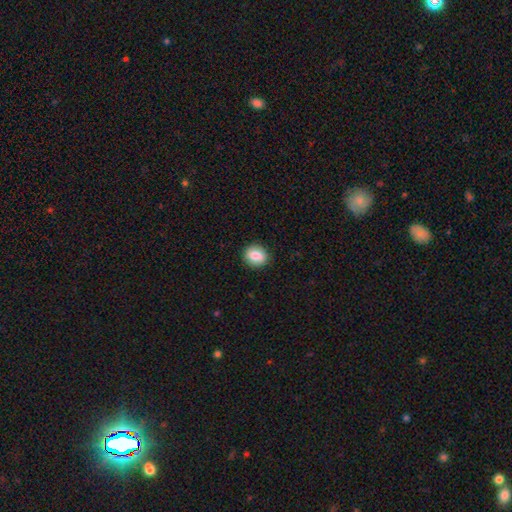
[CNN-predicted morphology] The model was most divided on "how rounded": round: 59%, in between: 39%, cigar-shaped: 1%. More confident: merging — none (88%); smooth or featured — smooth (85%).